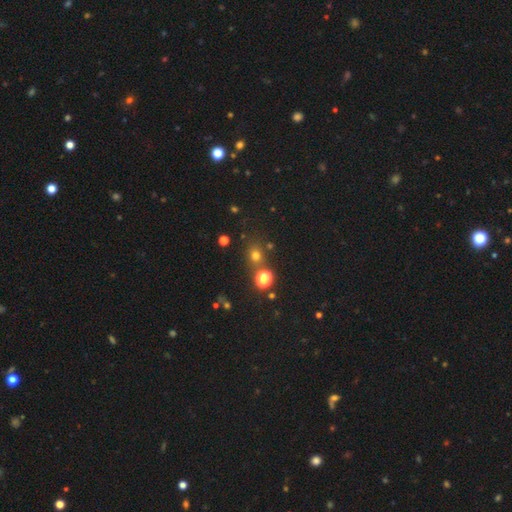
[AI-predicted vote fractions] The model was most divided on "smooth or featured": smooth: 66%, star or artifact: 26%, featured or disk: 8%. More confident: how rounded — round (76%); merging — none (74%).